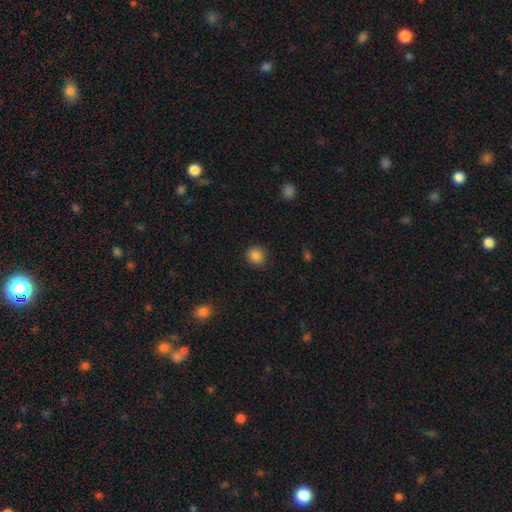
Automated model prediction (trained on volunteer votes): smooth-or-featured: smooth: 86% | star or artifact: 11% | featured or disk: 3%
  how-rounded: round: 89% | in between: 10% | cigar-shaped: 1%
  merging: none: 88% | minor disturbance: 8% | major disturbance: 2% | merger: 1%